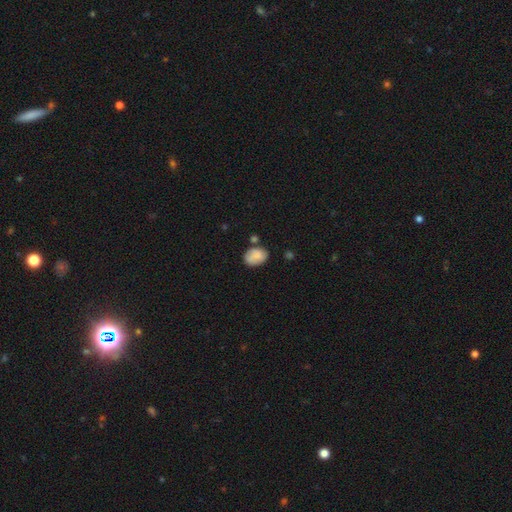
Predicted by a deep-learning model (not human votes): Q: Smooth or featured?
A: smooth (80%); runner-up: featured or disk (12%)
Q: How rounded?
A: in between (73%); runner-up: round (26%)
Q: Merging?
A: none (58%); runner-up: minor disturbance (23%)